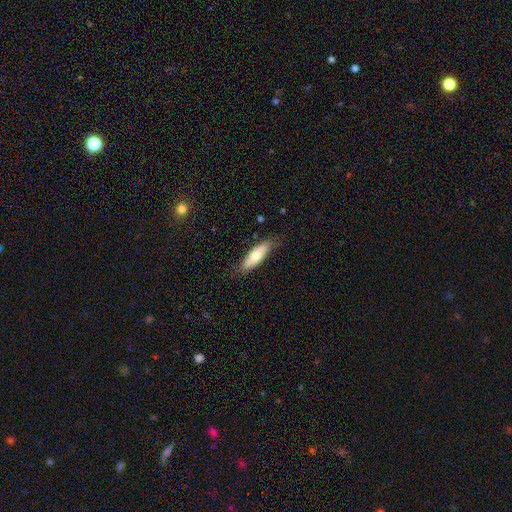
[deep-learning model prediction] The model was most divided on "how rounded": in between: 56%, cigar-shaped: 42%, round: 2%. More confident: merging — none (78%); smooth or featured — smooth (67%).